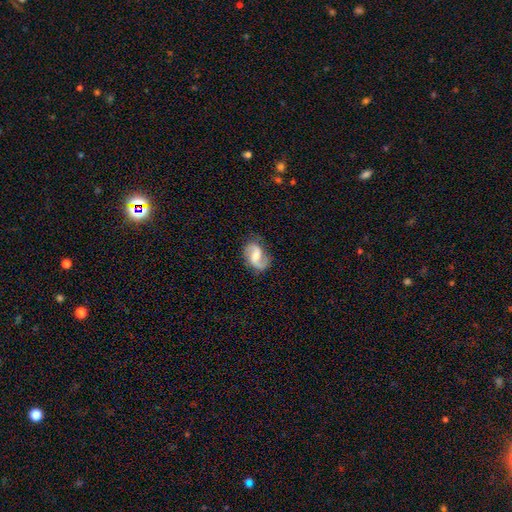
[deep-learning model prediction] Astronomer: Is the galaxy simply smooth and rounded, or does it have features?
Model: featured or disk — 81%.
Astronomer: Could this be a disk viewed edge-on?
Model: no — 98%.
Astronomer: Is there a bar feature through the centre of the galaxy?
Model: weak — 53% (runner-up: no, 30%).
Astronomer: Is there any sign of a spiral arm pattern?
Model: yes — 96%.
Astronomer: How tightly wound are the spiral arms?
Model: loose — 47% (runner-up: medium, 42%).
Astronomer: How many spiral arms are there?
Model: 2 — 90%.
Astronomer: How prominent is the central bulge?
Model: moderate — 33% (runner-up: small, 26%).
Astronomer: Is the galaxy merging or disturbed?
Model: none — 76%.